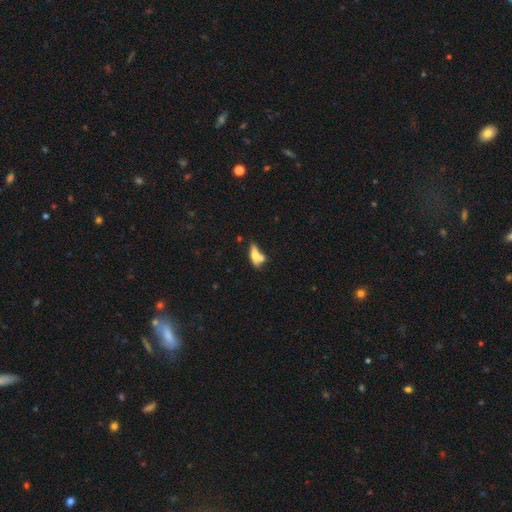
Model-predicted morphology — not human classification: The model was most divided on "merging": merger: 45%, none: 33%, minor disturbance: 13%, major disturbance: 9%. More confident: how rounded — in between (59%); smooth or featured — smooth (53%).